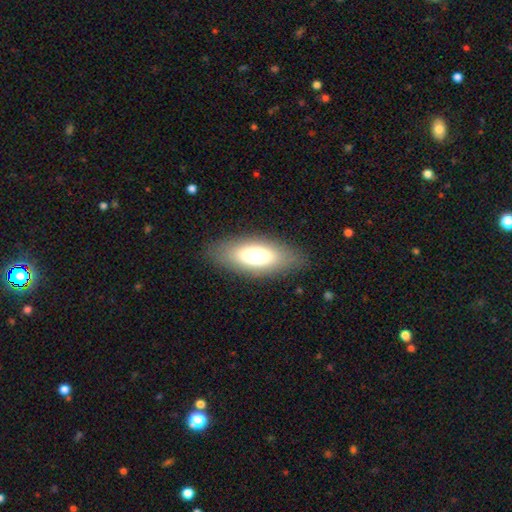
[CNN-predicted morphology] Overall: smooth (71%). How rounded: in between (78%). Merging: none (84%).